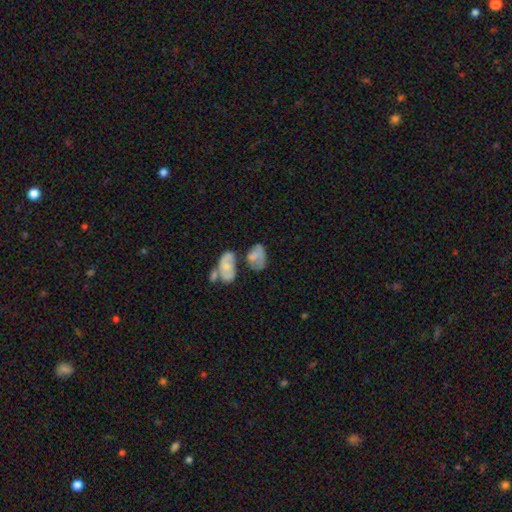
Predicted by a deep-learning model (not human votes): The model was most divided on "merging": none: 29%, merger: 28%, minor disturbance: 23%, major disturbance: 19%. More confident: how rounded — in between (85%); smooth or featured — smooth (64%).